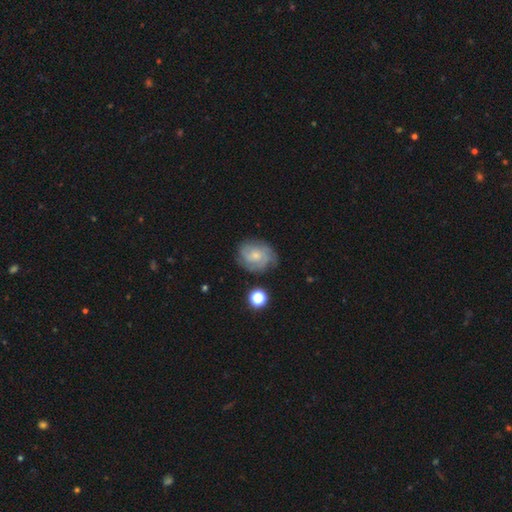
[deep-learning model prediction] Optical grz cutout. It shows a featured or disk galaxy (66%) with no bar (73%), tight (57%) spiral arms (91%) and a small central bulge (65%). Merging: none (69%).